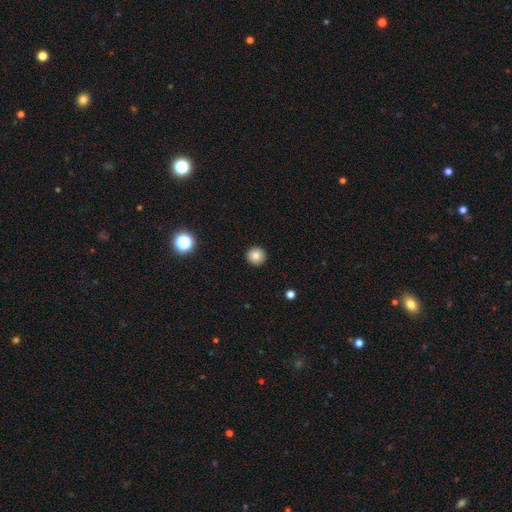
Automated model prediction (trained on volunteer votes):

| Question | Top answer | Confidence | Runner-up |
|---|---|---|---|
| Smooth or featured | smooth | 84% | star or artifact (11%) |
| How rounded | round | 95% | in between (4%) |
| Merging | none | 93% | minor disturbance (5%) |